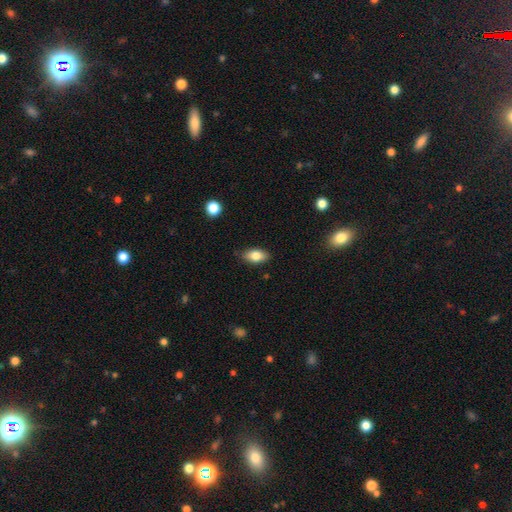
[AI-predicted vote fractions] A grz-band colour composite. It shows a smooth galaxy with no disk features (80%) that is in between round and cigar-shaped (89%). Merging: none (83%).